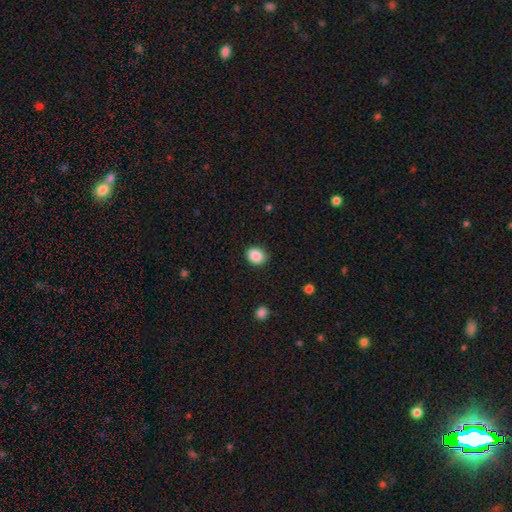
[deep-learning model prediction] This appears to be a smooth galaxy with no disk features (88%) that is round (60%). Merging: none (86%).